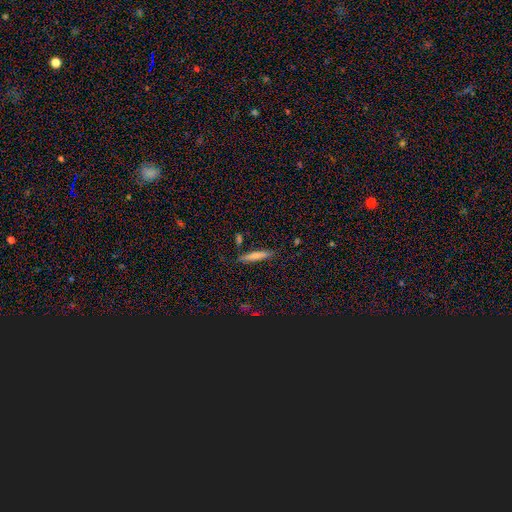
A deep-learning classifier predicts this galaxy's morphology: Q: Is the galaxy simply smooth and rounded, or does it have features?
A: smooth — 73%.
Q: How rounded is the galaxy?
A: cigar-shaped — 87%.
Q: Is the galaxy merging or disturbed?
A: none — 83%.